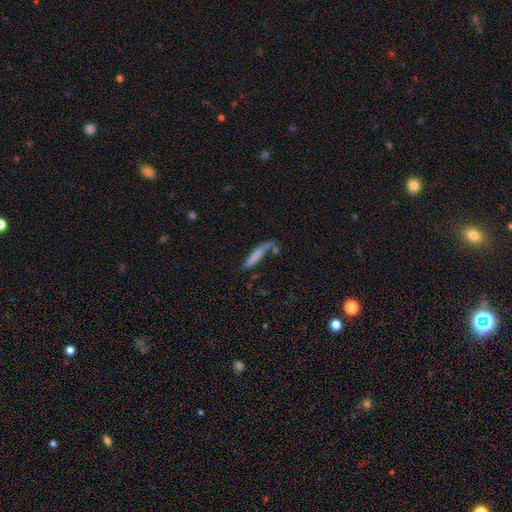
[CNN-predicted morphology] A smooth galaxy with no disk features (71%) that is cigar-shaped (89%). Merging: none (58%).